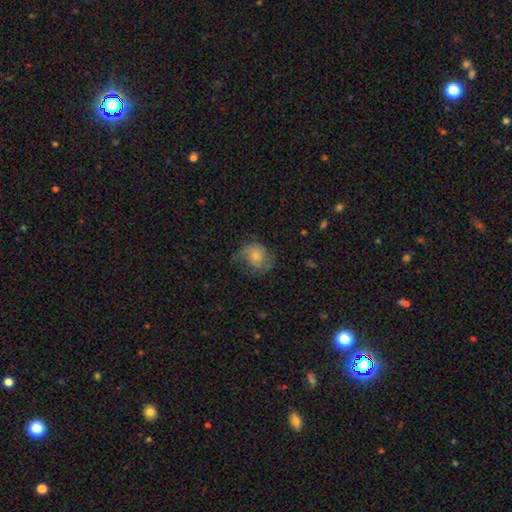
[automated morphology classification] smooth-or-featured: smooth: 60% | featured or disk: 31% | star or artifact: 9%
  how-rounded: round: 67% | in between: 33% | cigar-shaped: 1%
  merging: none: 39% | minor disturbance: 30% | major disturbance: 29% | merger: 2%